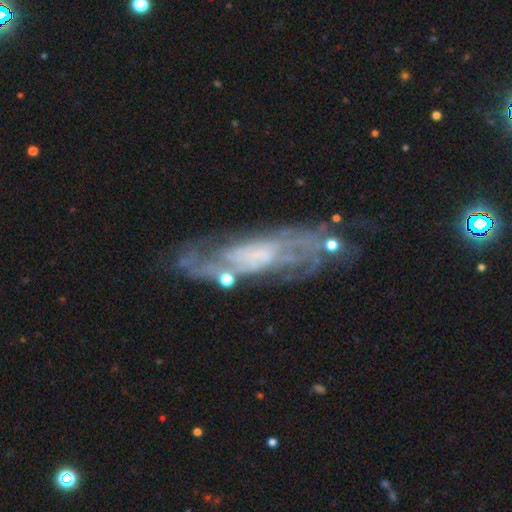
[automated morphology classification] Overall: featured or disk (81%). Edge-on disk: no (83%). Bar: no (57%; weak 33%). Spiral arms: yes (90%). Spiral arm count: can't tell (46%; 2 29%). Spiral winding: tight (47%; medium 39%). Bulge size: small (45%; none 25%). Merging: none (64%).